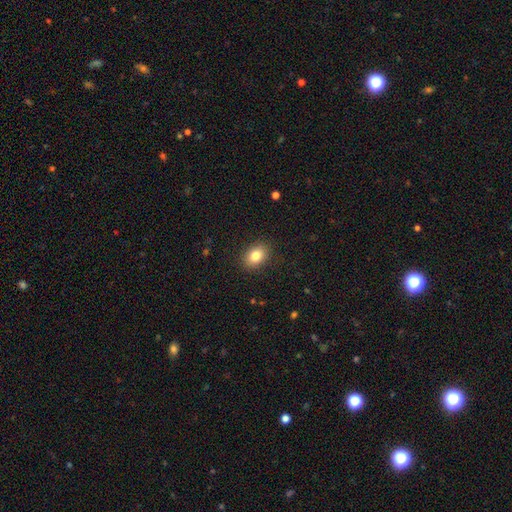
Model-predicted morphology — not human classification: A smooth galaxy with no disk features (84%) that is in between round and cigar-shaped (75%).

Vote fractions:
- Smooth or featured? smooth: 84% / star or artifact: 9% / featured or disk: 8%
- How rounded? in between: 75% / round: 24% / cigar-shaped: 1%
- Merging? none: 88% / minor disturbance: 8% / major disturbance: 2% / merger: 1%